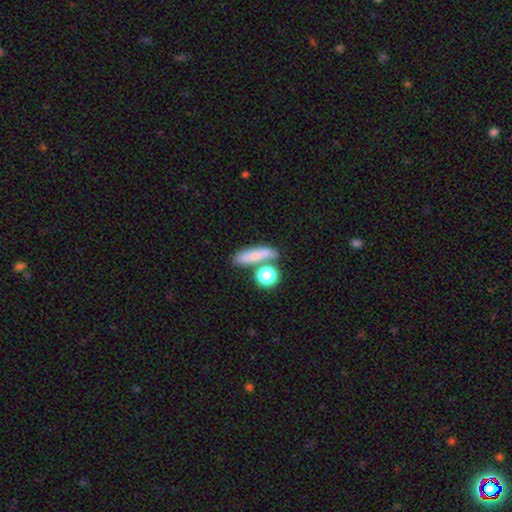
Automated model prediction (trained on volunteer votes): A smooth galaxy with no disk features (70%) that is cigar-shaped (44%).

Vote fractions:
- Smooth or featured? smooth: 70% / featured or disk: 19% / star or artifact: 11%
- How rounded? cigar-shaped: 44% / in between: 38% / round: 18%
- Merging? none: 58% / merger: 22% / minor disturbance: 14% / major disturbance: 6%